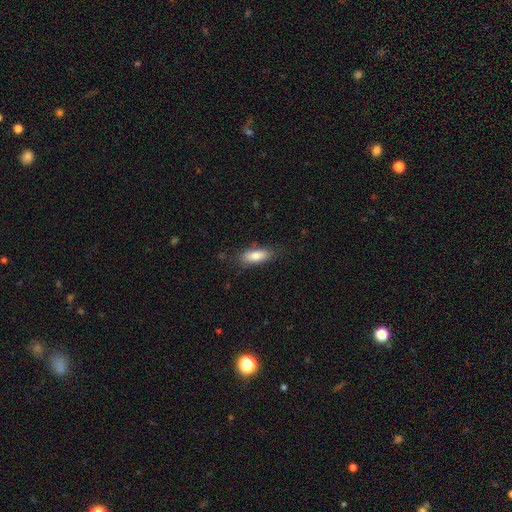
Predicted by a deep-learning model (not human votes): smooth_or_featured: smooth (p=0.81) [alt: featured or disk p=0.13]
how_rounded: in between (p=0.74) [alt: cigar-shaped p=0.24]
merging: none (p=0.79) [alt: minor disturbance p=0.15]